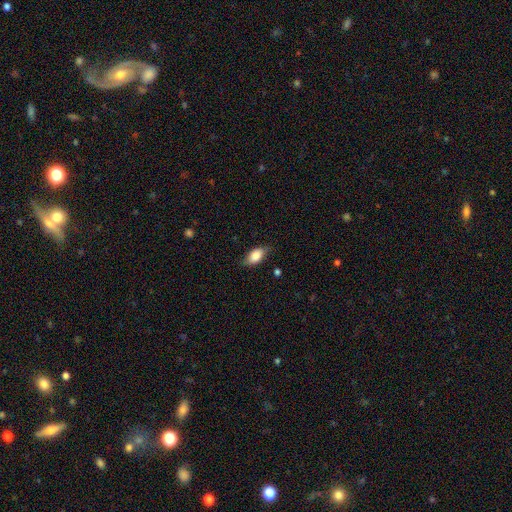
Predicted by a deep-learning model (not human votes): This is likely a smooth galaxy (78%). How rounded: clearly in between (88%). Merging: likely none (72%).